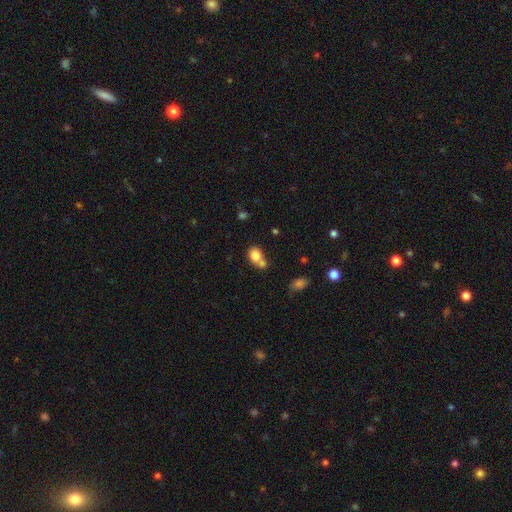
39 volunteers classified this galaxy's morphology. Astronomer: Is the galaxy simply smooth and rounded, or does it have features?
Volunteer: smooth — 79%.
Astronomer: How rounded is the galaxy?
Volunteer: round — 52% (runner-up: in between, 48%).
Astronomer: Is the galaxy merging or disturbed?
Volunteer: none — 47% (runner-up: merger, 41%).